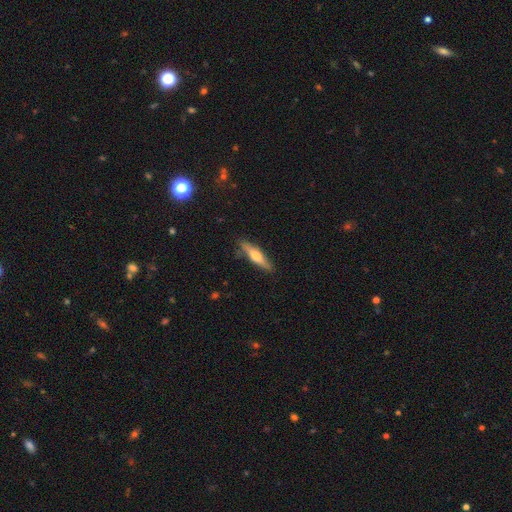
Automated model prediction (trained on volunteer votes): Q: Smooth or featured?
A: smooth (48%); runner-up: featured or disk (46%)
Q: Merging?
A: none (84%); runner-up: minor disturbance (12%)